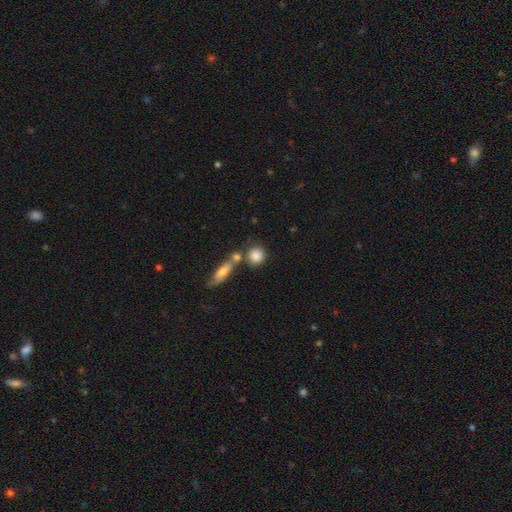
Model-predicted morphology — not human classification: Smooth or featured: smooth — 83% (featured or disk — 8%)
How rounded: round — 77% (in between — 18%)
Merging: none — 58% (merger — 27%)